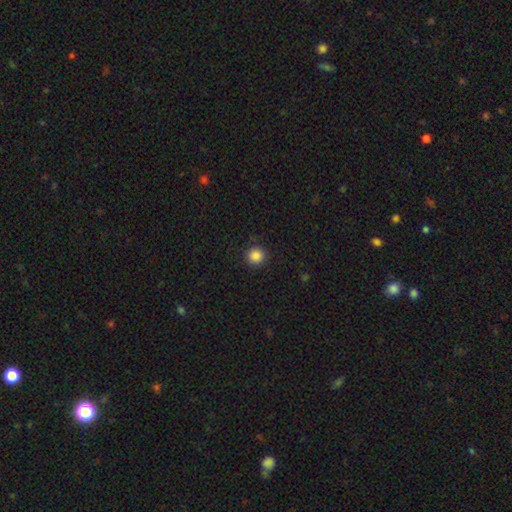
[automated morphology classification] Smooth or featured: smooth — 86% (star or artifact — 11%)
How rounded: round — 94% (in between — 5%)
Merging: none — 91% (minor disturbance — 6%)